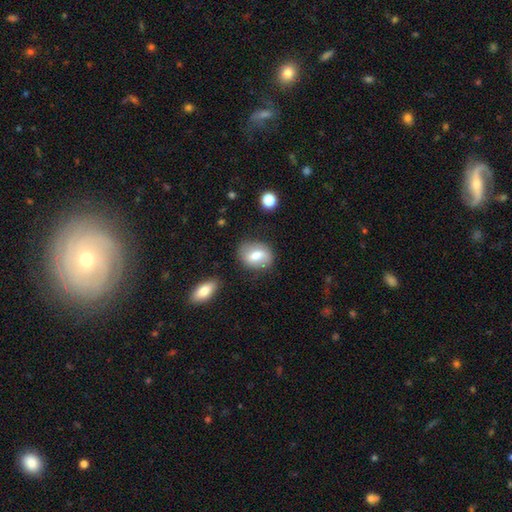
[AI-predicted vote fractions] smooth_or_featured: smooth (p=0.67) [alt: featured or disk p=0.26]
how_rounded: in between (p=0.68) [alt: round p=0.30]
merging: none (p=0.78) [alt: minor disturbance p=0.14]